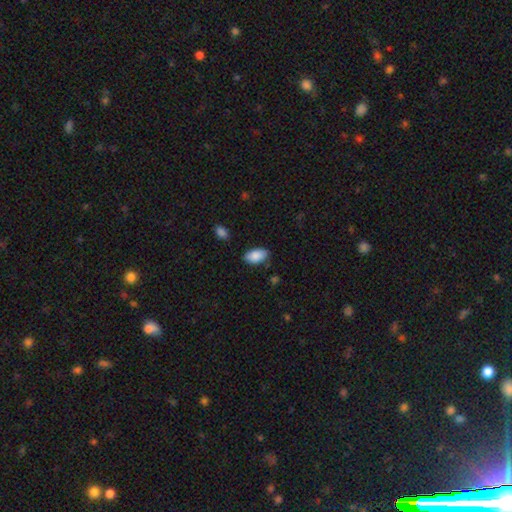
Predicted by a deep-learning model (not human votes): Smooth or featured: smooth — 87% (star or artifact — 7%)
How rounded: in between — 95% (round — 4%)
Merging: none — 77% (minor disturbance — 18%)